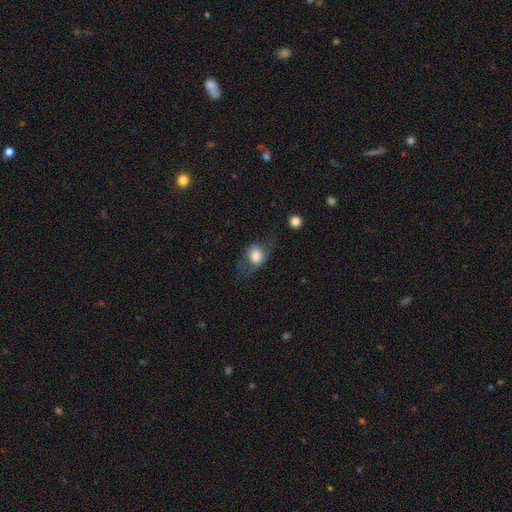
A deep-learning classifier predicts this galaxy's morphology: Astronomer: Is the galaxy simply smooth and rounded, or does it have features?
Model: smooth — 69%.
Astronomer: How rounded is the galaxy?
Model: round — 56% (runner-up: in between, 42%).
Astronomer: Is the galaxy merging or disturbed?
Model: none — 44% (runner-up: major disturbance, 28%).